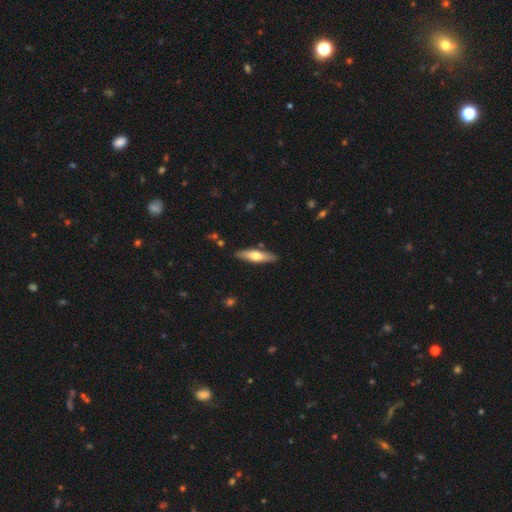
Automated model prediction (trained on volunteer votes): Smooth or featured: smooth — 54% (featured or disk — 41%)
How rounded: cigar-shaped — 69% (in between — 29%)
Merging: none — 86% (minor disturbance — 10%)